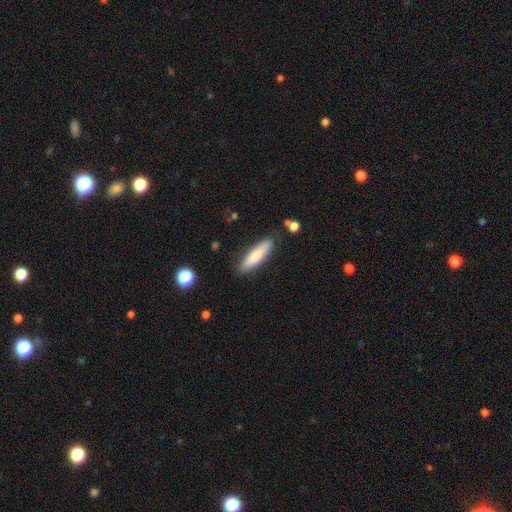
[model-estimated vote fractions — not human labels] A smooth galaxy with no disk features (74%) that is cigar-shaped (69%).

Vote fractions:
- Smooth or featured? smooth: 74% / featured or disk: 20% / star or artifact: 6%
- How rounded? cigar-shaped: 69% / in between: 30% / round: 1%
- Merging? none: 84% / minor disturbance: 11% / major disturbance: 3% / merger: 2%